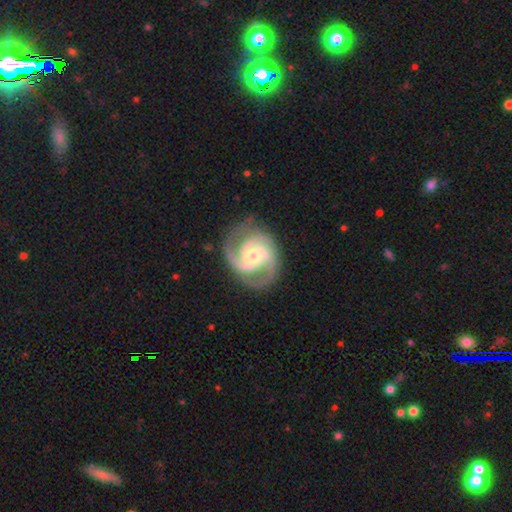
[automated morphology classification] The model was most divided on "bar": no: 46%, weak: 41%, strong: 12%. Remaining: spiral arms — yes (98%); edge-on disk — no (98%); smooth or featured — featured or disk (92%); merging — none (76%); bulge size — moderate (57%); spiral winding — medium (50%); spiral arm count — 3 (47%).